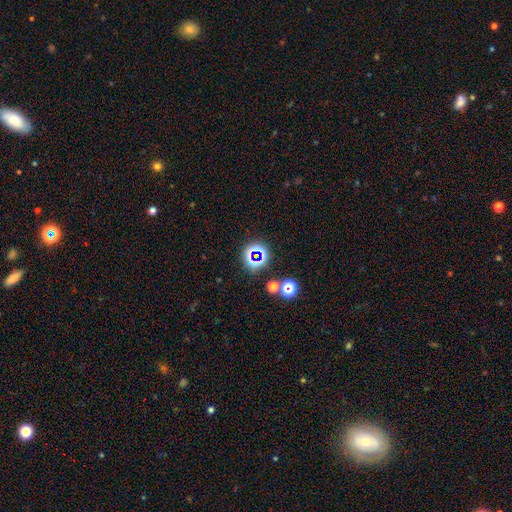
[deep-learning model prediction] Overall: star or artifact (64%; smooth 26%).